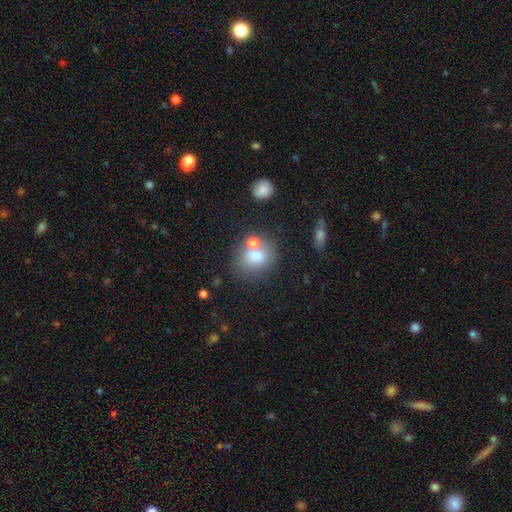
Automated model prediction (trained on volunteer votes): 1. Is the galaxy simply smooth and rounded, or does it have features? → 71% smooth, 17% featured or disk, 12% star or artifact.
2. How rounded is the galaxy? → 61% round, 38% in between, 1% cigar-shaped.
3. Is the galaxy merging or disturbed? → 52% none, 29% merger, 13% minor disturbance, 5% major disturbance.